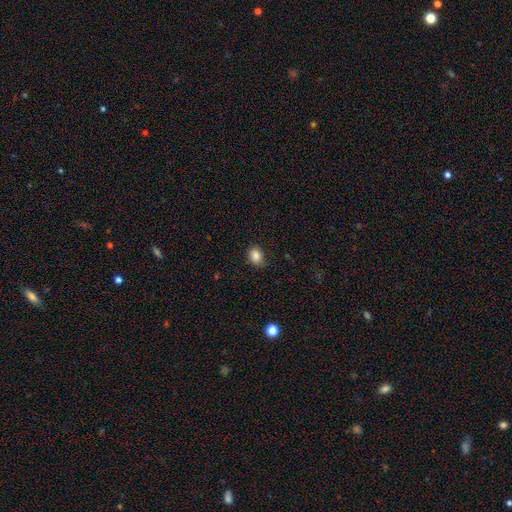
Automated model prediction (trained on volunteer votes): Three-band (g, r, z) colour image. It shows a smooth galaxy with no disk features (86%) that is in between round and cigar-shaped (56%). Merging: none (81%).